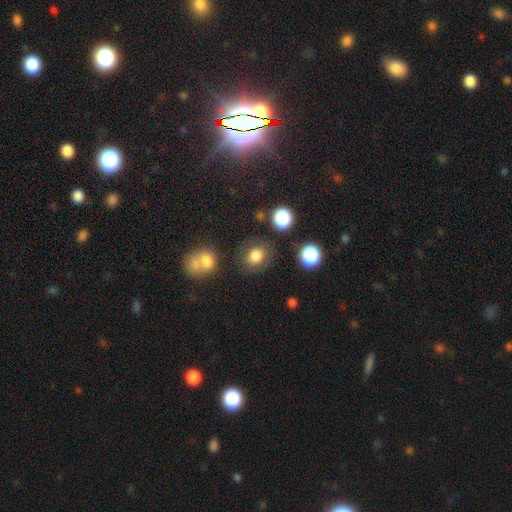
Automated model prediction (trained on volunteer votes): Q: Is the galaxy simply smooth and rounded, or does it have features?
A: smooth — 80%.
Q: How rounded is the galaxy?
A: round — 69%.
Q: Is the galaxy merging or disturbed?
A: none — 77%.